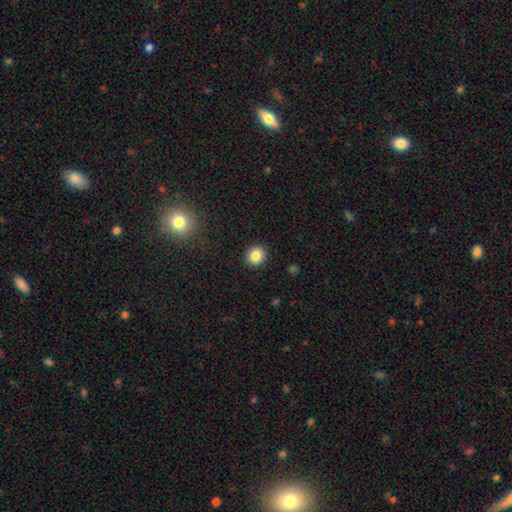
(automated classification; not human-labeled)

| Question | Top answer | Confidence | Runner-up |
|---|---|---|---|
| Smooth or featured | smooth | 85% | star or artifact (10%) |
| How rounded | round | 88% | in between (11%) |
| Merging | none | 92% | minor disturbance (5%) |